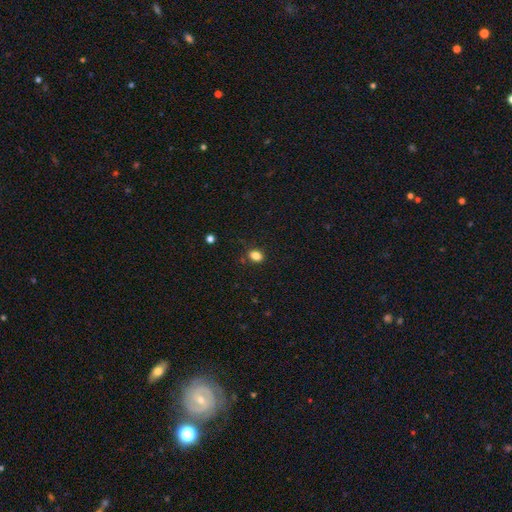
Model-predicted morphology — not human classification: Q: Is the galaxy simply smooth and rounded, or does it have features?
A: smooth — 84%.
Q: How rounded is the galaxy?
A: in between — 65%.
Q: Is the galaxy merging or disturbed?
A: none — 82%.